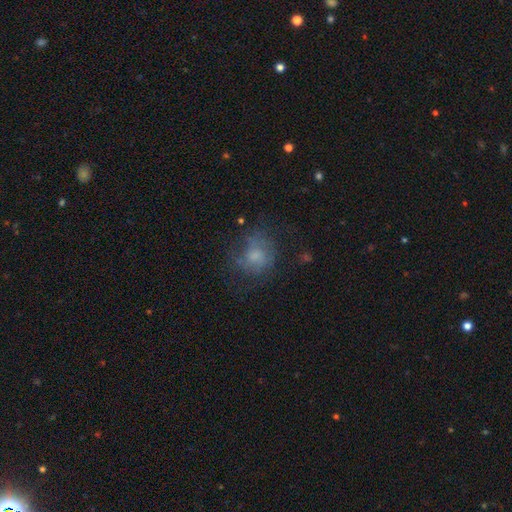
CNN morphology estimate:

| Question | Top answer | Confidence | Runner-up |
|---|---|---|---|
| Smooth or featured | smooth | 57% | featured or disk (30%) |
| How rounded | round | 71% | in between (28%) |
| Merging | none | 55% | minor disturbance (22%) |